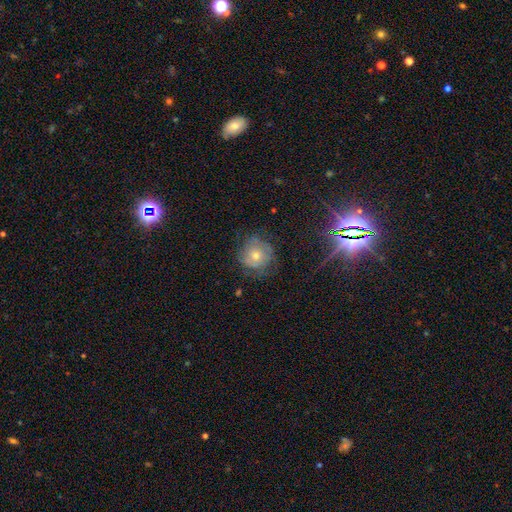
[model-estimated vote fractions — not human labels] featured or disk 46%, smooth 44%, star or artifact 10%. Down the decision tree: merging — none (65%).